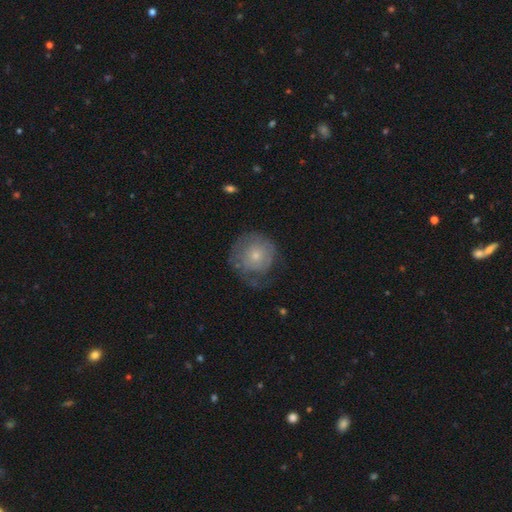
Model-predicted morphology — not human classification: smooth_or_featured: smooth (p=0.50) [alt: featured or disk p=0.42]
how_rounded: round (p=0.89) [alt: in between p=0.10]
merging: none (p=0.49) [alt: minor disturbance p=0.27]